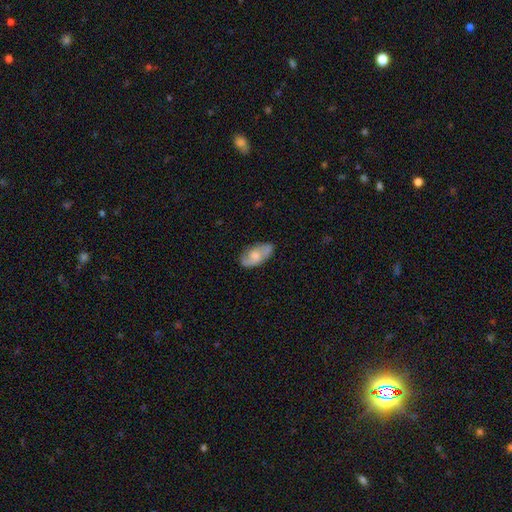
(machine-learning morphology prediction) A smooth galaxy with no disk features (51%) that is in between round and cigar-shaped (91%).

Vote fractions:
- Smooth or featured? smooth: 51% / featured or disk: 42% / star or artifact: 6%
- How rounded? in between: 91% / round: 5% / cigar-shaped: 4%
- Merging? none: 73% / minor disturbance: 20% / major disturbance: 5% / merger: 2%